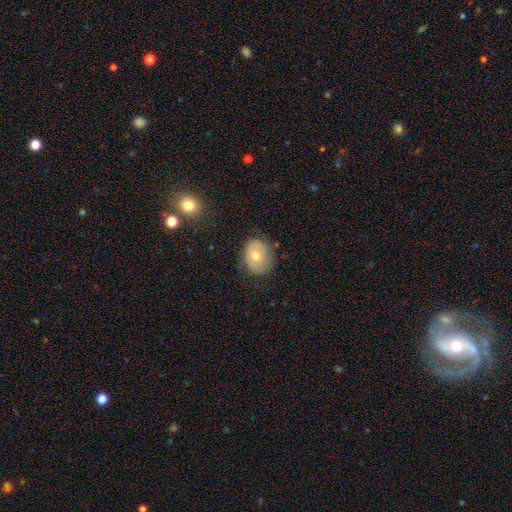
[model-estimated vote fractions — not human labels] The model was most divided on "how rounded": round: 65%, in between: 34%, cigar-shaped: 1%. More confident: merging — none (76%); smooth or featured — smooth (63%).